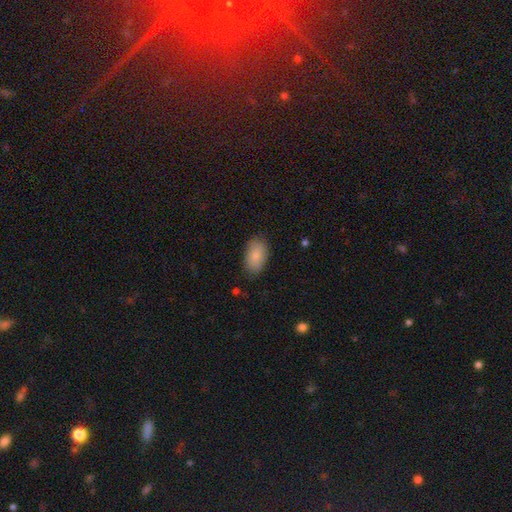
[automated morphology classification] This appears to be a smooth galaxy with no disk features (86%) that is in between round and cigar-shaped (93%). Merging: none (81%).